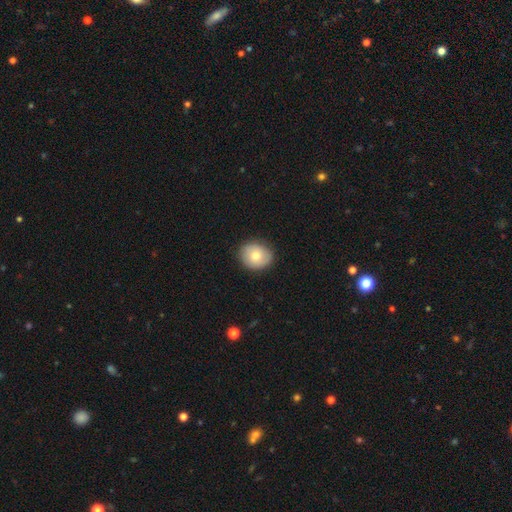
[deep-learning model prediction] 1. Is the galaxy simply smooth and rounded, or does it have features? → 73% smooth, 19% featured or disk, 7% star or artifact.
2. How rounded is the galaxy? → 66% round, 33% in between, 1% cigar-shaped.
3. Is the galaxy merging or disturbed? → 86% none, 11% minor disturbance, 2% major disturbance, 1% merger.